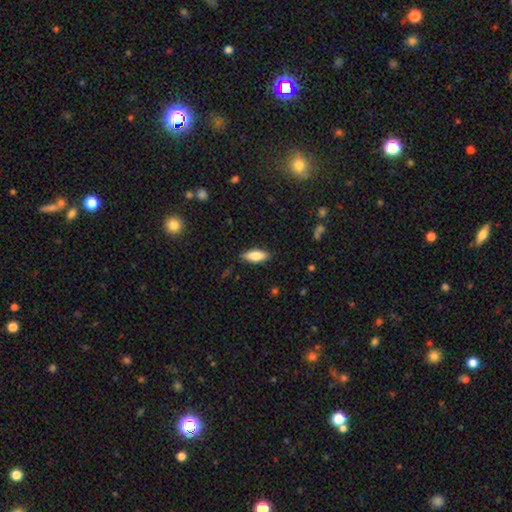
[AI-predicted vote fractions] smooth-or-featured: smooth: 76% | featured or disk: 18% | star or artifact: 6%
  how-rounded: in between: 74% | cigar-shaped: 24% | round: 2%
  merging: none: 86% | minor disturbance: 10% | major disturbance: 2% | merger: 1%